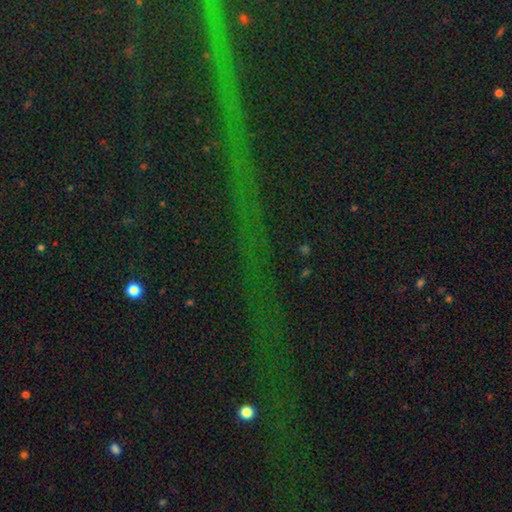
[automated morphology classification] Smooth or featured?
  - star or artifact: 85% *
  - featured or disk: 8%
  - smooth: 7%